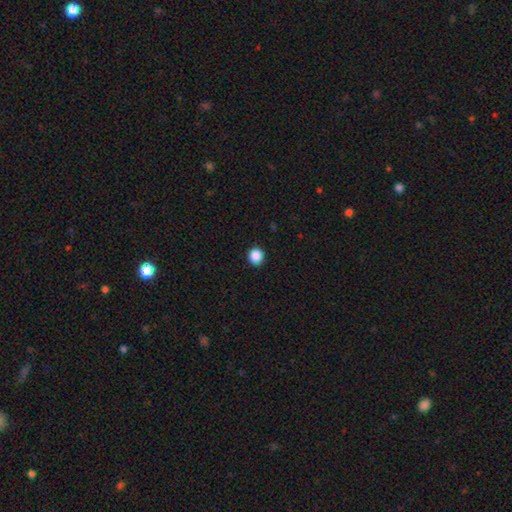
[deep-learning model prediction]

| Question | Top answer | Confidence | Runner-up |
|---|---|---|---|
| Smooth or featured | smooth | 88% | star or artifact (9%) |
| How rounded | round | 92% | in between (7%) |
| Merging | none | 93% | minor disturbance (5%) |